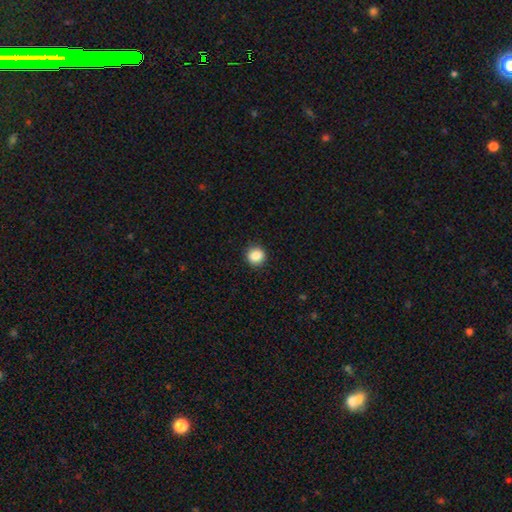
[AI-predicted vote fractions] A smooth galaxy with no disk features (87%) that is round (87%).

Vote fractions:
- Smooth or featured? smooth: 87% / star or artifact: 9% / featured or disk: 4%
- How rounded? round: 87% / in between: 12% / cigar-shaped: 1%
- Merging? none: 91% / minor disturbance: 6% / major disturbance: 2% / merger: 1%